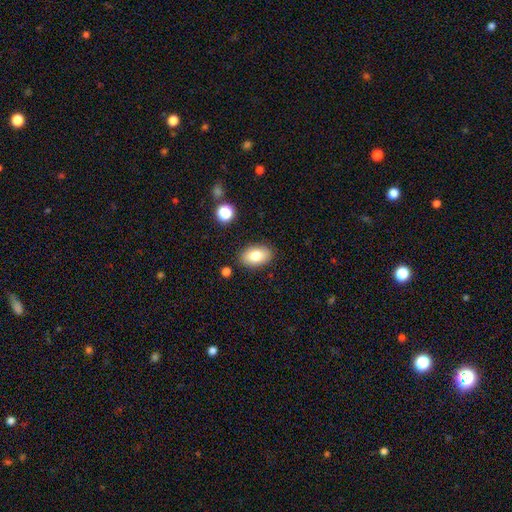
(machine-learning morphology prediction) A smooth galaxy with no disk features (80%) that is in between round and cigar-shaped (89%).

Vote fractions:
- Smooth or featured? smooth: 80% / featured or disk: 12% / star or artifact: 8%
- How rounded? in between: 89% / round: 10% / cigar-shaped: 1%
- Merging? none: 87% / minor disturbance: 9% / major disturbance: 2% / merger: 2%